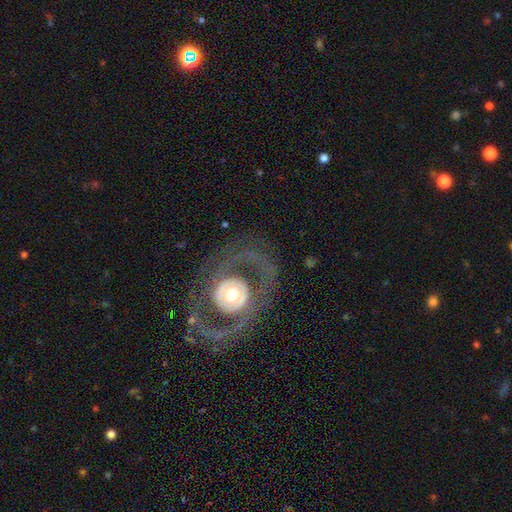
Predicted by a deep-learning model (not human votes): A featured or disk galaxy (80%) with no bar (74%), spiral arms (64%) and a moderate central bulge (58%).

Vote fractions:
- Smooth or featured? featured or disk: 80% / smooth: 13% / star or artifact: 7%
- Edge-on disk? no: 96% / yes: 4%
- Bar? no: 74% / weak: 16% / strong: 10%
- Spiral arms? yes: 64% / no: 36%
- Bulge size? moderate: 58% / small: 19% / large: 18% / dominant: 3% / none: 1%
- Merging? none: 77% / major disturbance: 11% / minor disturbance: 10% / merger: 2%